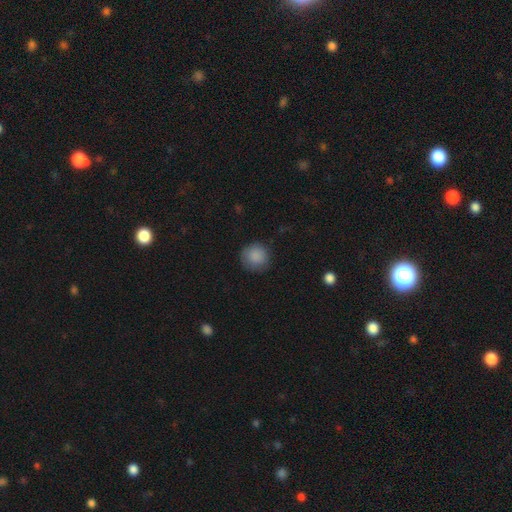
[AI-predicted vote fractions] This appears to be a smooth galaxy with no disk features (87%) that is round (93%). Merging: none (84%).